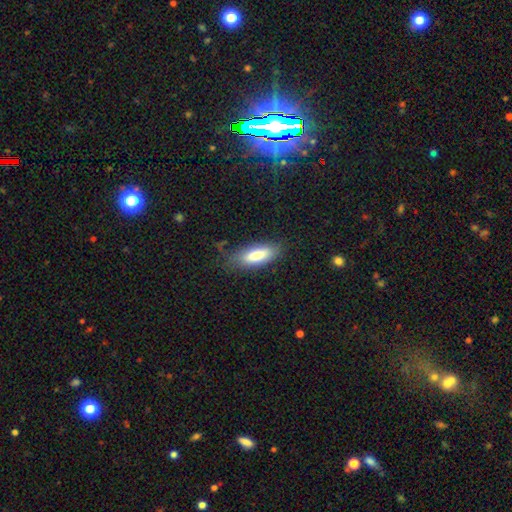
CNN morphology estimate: A smooth galaxy with no disk features (78%) that is in between round and cigar-shaped (73%).

Vote fractions:
- Smooth or featured? smooth: 78% / featured or disk: 16% / star or artifact: 7%
- How rounded? in between: 73% / cigar-shaped: 25% / round: 2%
- Merging? none: 72% / minor disturbance: 19% / major disturbance: 7% / merger: 2%